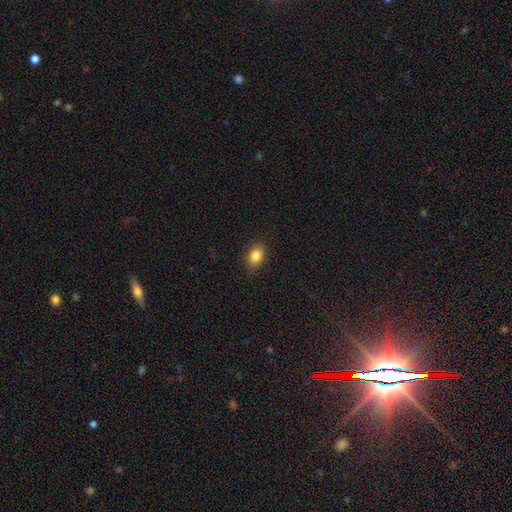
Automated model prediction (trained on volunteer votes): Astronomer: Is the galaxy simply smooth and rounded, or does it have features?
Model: smooth — 84%.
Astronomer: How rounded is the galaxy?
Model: in between — 75%.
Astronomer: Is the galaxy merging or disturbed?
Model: none — 88%.